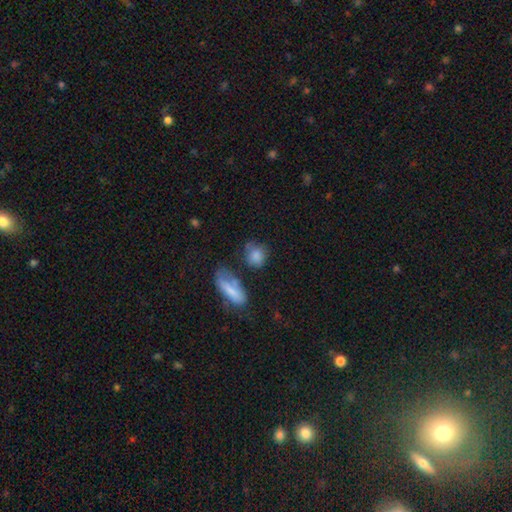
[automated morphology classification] A smooth galaxy with no disk features (80%) that is round (61%). Merging: none (55%).